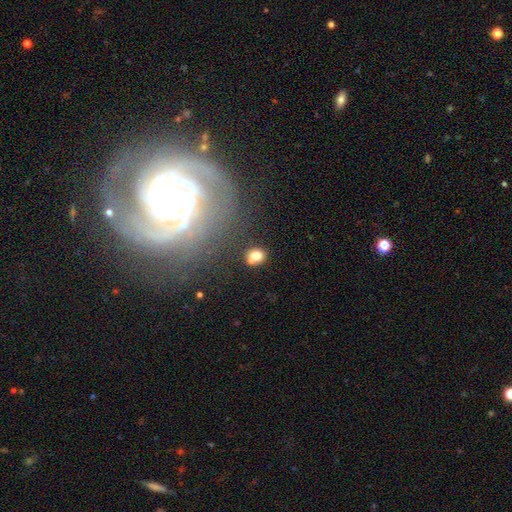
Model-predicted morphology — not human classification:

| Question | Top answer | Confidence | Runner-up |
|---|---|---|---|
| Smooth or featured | smooth | 77% | star or artifact (12%) |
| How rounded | round | 71% | in between (28%) |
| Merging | none | 58% | merger (25%) |